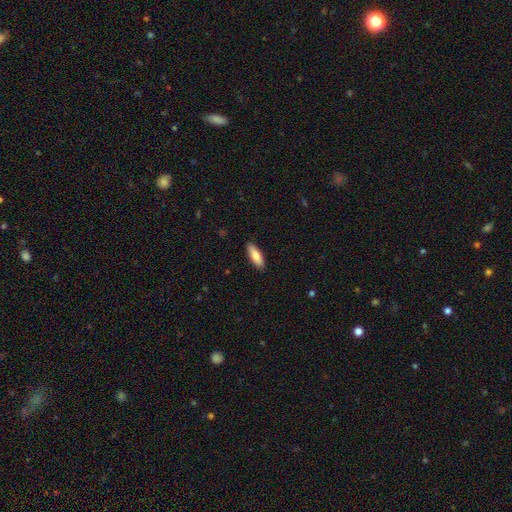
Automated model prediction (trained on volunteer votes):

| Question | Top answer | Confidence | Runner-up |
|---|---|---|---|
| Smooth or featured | smooth | 83% | featured or disk (11%) |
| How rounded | in between | 59% | cigar-shaped (40%) |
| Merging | none | 90% | minor disturbance (8%) |